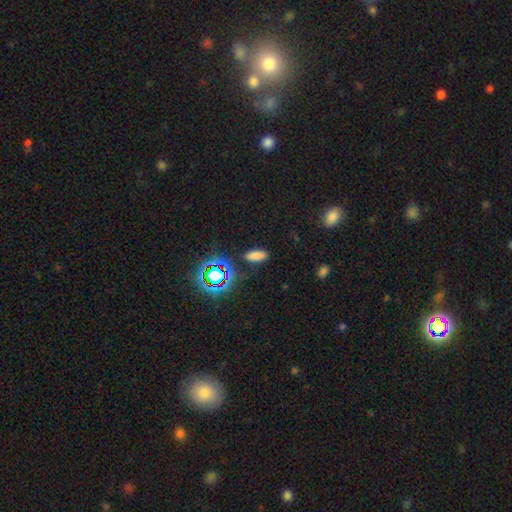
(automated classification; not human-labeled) A smooth galaxy with no disk features (73%) that is in between round and cigar-shaped (77%).

Vote fractions:
- Smooth or featured? smooth: 73% / star or artifact: 22% / featured or disk: 5%
- How rounded? in between: 77% / cigar-shaped: 19% / round: 4%
- Merging? none: 86% / minor disturbance: 9% / major disturbance: 3% / merger: 2%